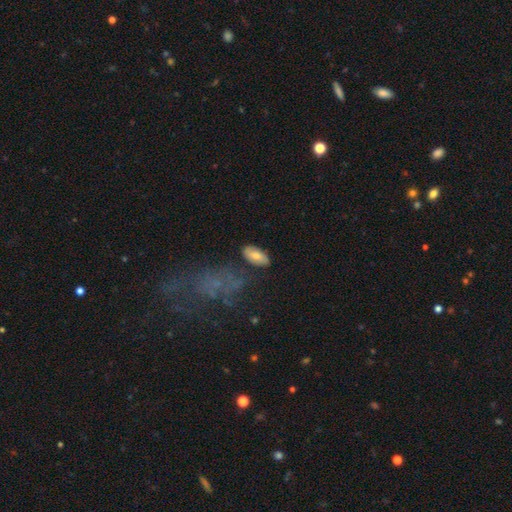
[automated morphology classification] Q: Smooth or featured?
A: smooth (72%); runner-up: featured or disk (21%)
Q: How rounded?
A: in between (91%); runner-up: cigar-shaped (6%)
Q: Merging?
A: none (78%); runner-up: minor disturbance (15%)